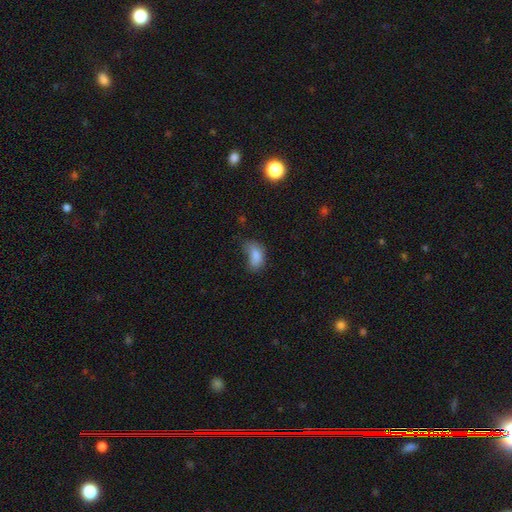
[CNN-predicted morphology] Smooth or featured? Predicted: smooth (p=0.80). How rounded? Predicted: in between (p=0.91). Merging? Predicted: minor disturbance (p=0.37).